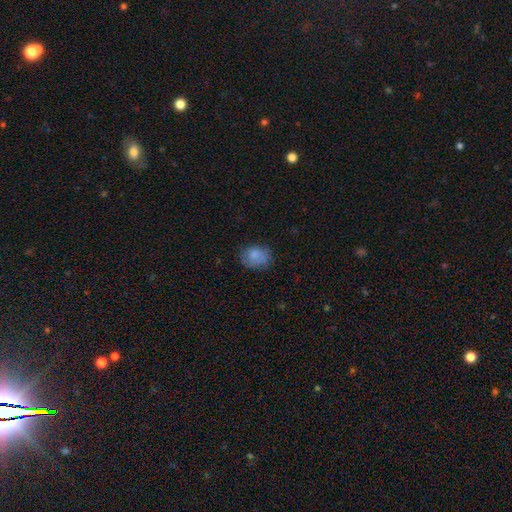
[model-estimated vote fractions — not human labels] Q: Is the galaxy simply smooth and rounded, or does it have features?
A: smooth — 81%.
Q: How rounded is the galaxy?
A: in between — 54%.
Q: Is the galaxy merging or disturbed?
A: none — 70%.